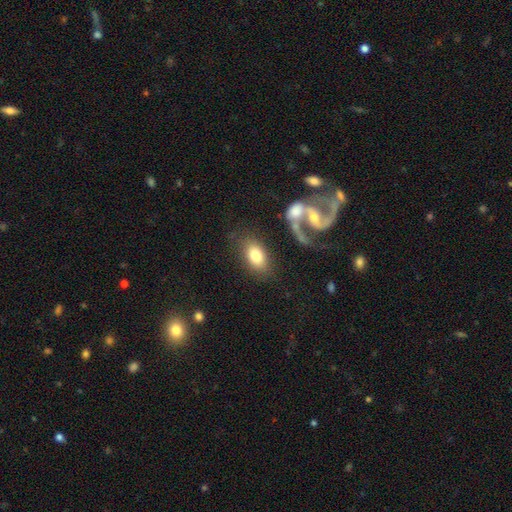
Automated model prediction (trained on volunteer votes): Morphology: type=smooth (76%); roundness=in between (88%); merging=none (71%).